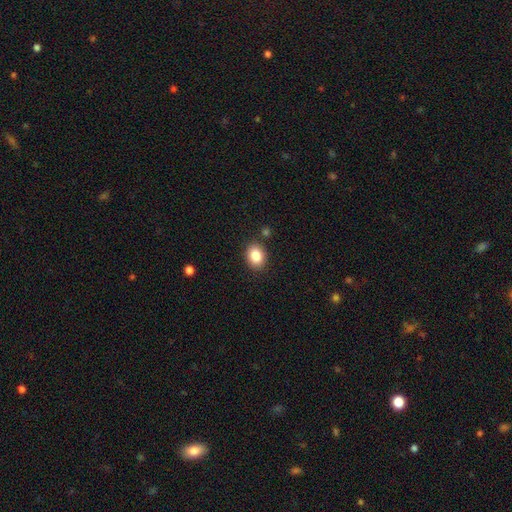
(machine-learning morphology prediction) Smooth or featured? smooth (84%)
How rounded? in between (54%)
Merging? none (86%)